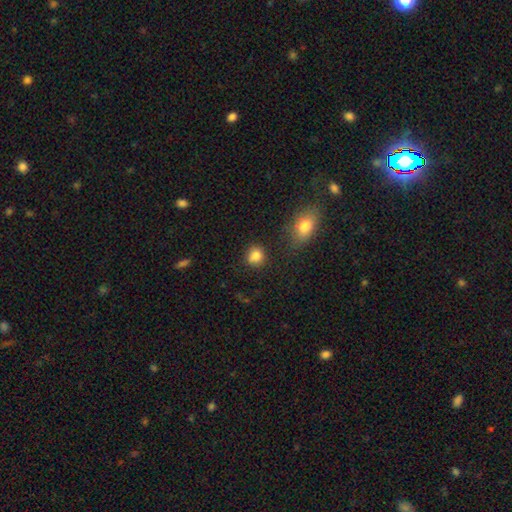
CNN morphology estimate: Q: Smooth or featured?
A: smooth (84%); runner-up: star or artifact (11%)
Q: How rounded?
A: round (78%); runner-up: in between (21%)
Q: Merging?
A: none (76%); runner-up: minor disturbance (13%)